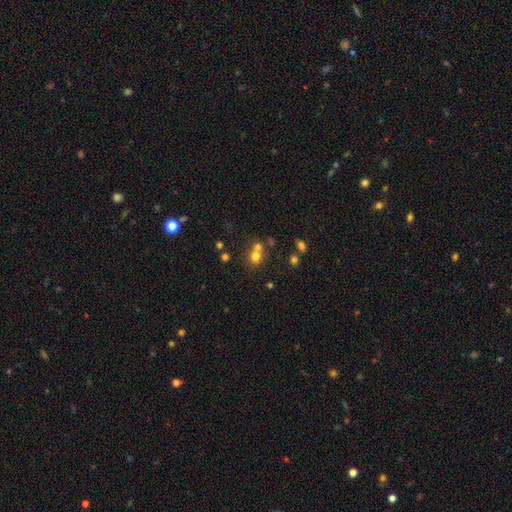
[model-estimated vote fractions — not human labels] Smooth or featured? Predicted: smooth (p=0.70). How rounded? Predicted: round (p=0.76). Merging? Predicted: merger (p=0.45).